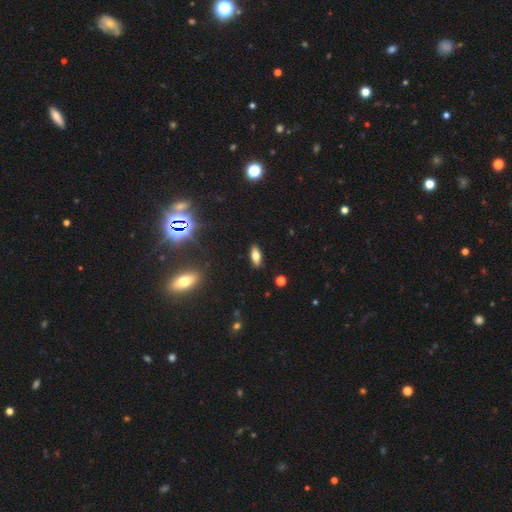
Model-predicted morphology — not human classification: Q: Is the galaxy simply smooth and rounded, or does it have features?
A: smooth — 67%.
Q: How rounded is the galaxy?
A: in between — 80%.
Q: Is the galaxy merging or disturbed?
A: none — 89%.